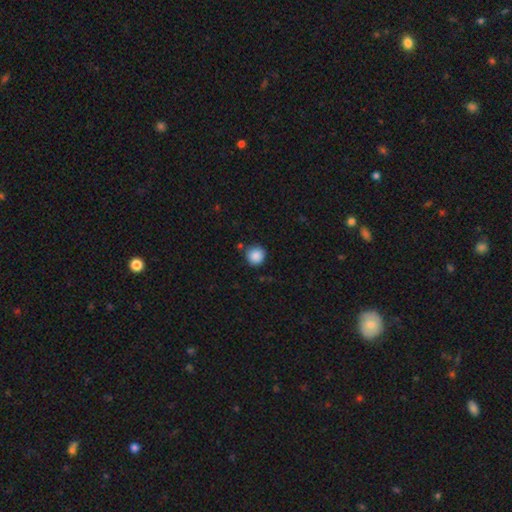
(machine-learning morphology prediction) A smooth galaxy with no disk features (88%) that is round (92%). Merging: none (83%).